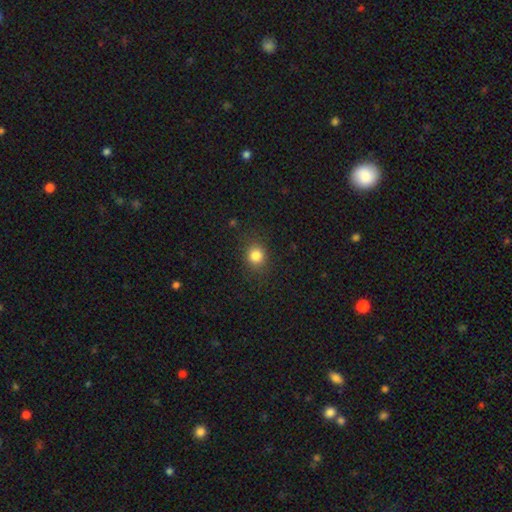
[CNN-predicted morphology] smooth_or_featured: smooth (p=0.83) [alt: star or artifact p=0.12]
how_rounded: round (p=0.76) [alt: in between p=0.23]
merging: none (p=0.85) [alt: minor disturbance p=0.10]